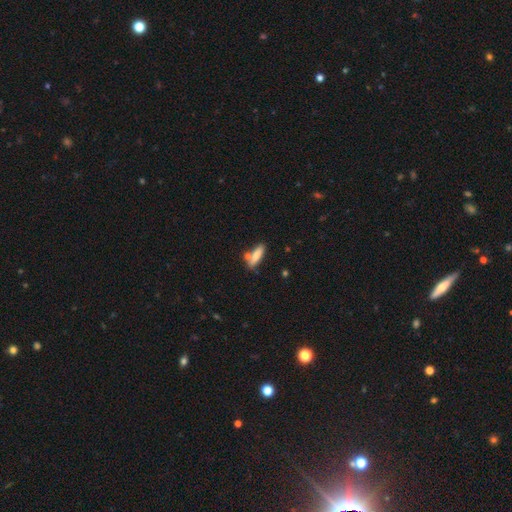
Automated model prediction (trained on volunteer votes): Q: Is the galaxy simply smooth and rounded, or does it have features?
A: smooth — 76%.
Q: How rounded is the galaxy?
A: cigar-shaped — 59%.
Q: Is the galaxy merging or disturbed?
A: none — 58%.